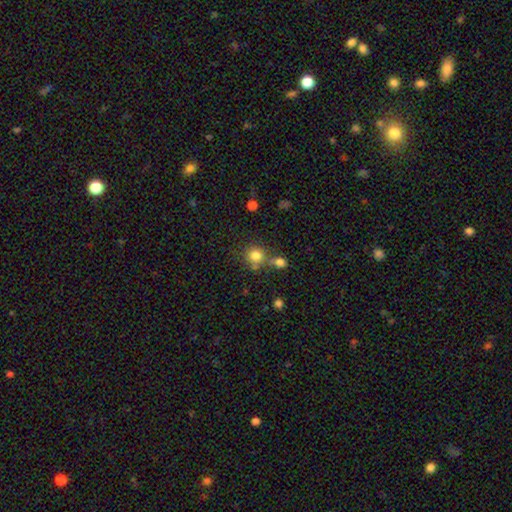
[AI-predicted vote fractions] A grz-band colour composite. It shows a smooth galaxy with no disk features (80%) that is round (88%). Merging: none (60%).